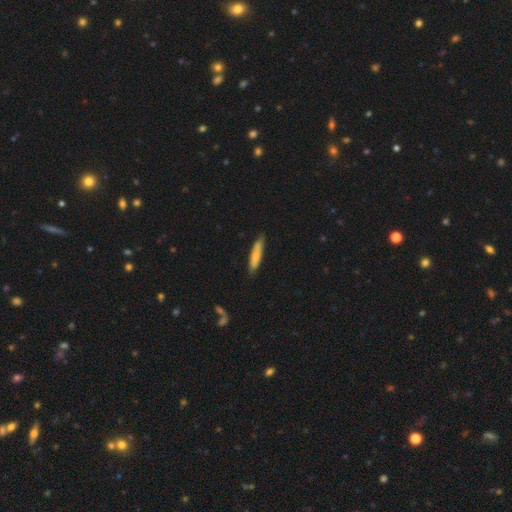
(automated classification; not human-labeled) The model was most divided on "smooth or featured": smooth: 69%, featured or disk: 25%, star or artifact: 5%. More confident: how rounded — cigar-shaped (85%); merging — none (81%).